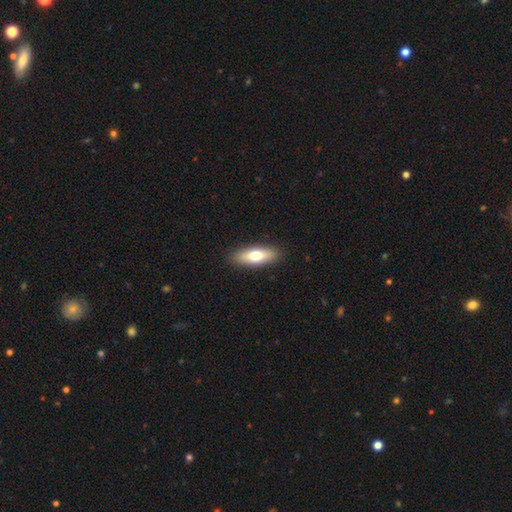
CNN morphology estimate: smooth-or-featured: smooth: 72% | featured or disk: 22% | star or artifact: 6%
  how-rounded: in between: 62% | cigar-shaped: 35% | round: 3%
  merging: none: 89% | minor disturbance: 8% | major disturbance: 2% | merger: 1%